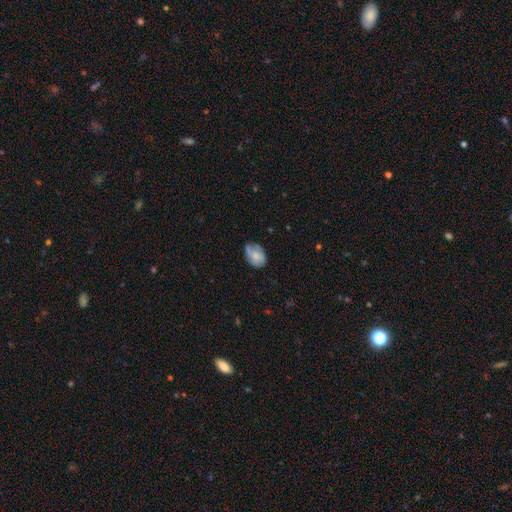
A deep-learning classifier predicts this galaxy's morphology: Smooth or featured: smooth — 67% (featured or disk — 25%)
How rounded: in between — 77% (round — 22%)
Merging: none — 57% (minor disturbance — 34%)